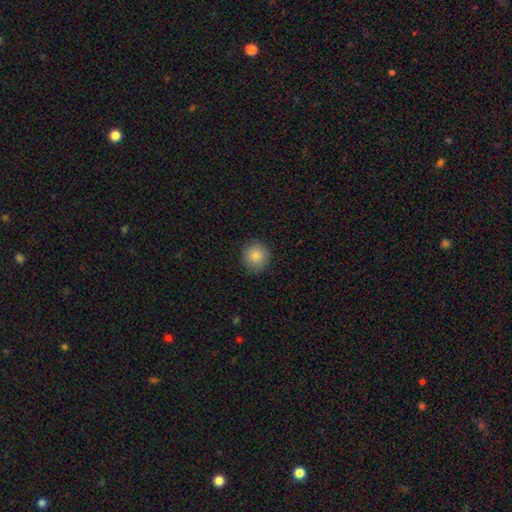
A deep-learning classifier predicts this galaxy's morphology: smooth_or_featured: smooth (p=0.87) [alt: star or artifact p=0.08]
how_rounded: round (p=0.89) [alt: in between p=0.10]
merging: none (p=0.87) [alt: minor disturbance p=0.10]